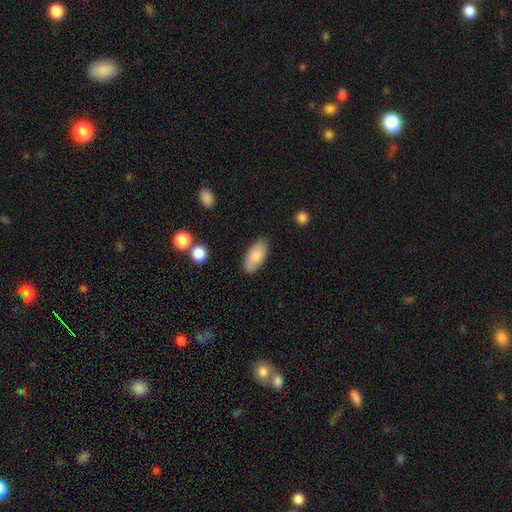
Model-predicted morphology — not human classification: Smooth or featured? Predicted: smooth (p=0.83). How rounded? Predicted: in between (p=0.92). Merging? Predicted: none (p=0.82).